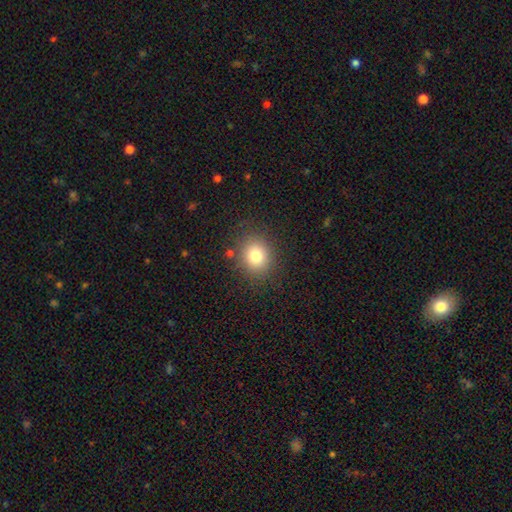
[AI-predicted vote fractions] Smooth or featured?
  - smooth: 79% *
  - star or artifact: 12%
  - featured or disk: 9%
How rounded?
  - round: 72% *
  - in between: 27%
  - cigar-shaped: 1%
Merging?
  - none: 85% *
  - minor disturbance: 9%
  - major disturbance: 4%
  - merger: 2%